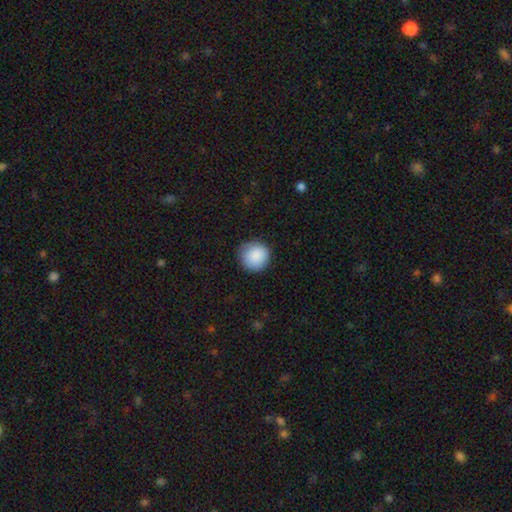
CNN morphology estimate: A smooth galaxy with no disk features (89%) that is round (94%).

Vote fractions:
- Smooth or featured? smooth: 89% / star or artifact: 7% / featured or disk: 4%
- How rounded? round: 94% / in between: 5% / cigar-shaped: 1%
- Merging? none: 86% / minor disturbance: 10% / major disturbance: 2% / merger: 1%